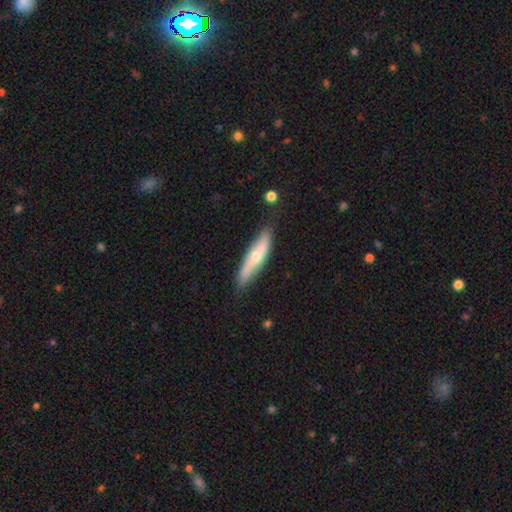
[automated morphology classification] smooth_or_featured: featured or disk (p=0.50) [alt: smooth p=0.44]
disk_edge_on: yes (p=0.69) [alt: no p=0.31]
merging: none (p=0.78) [alt: minor disturbance p=0.16]